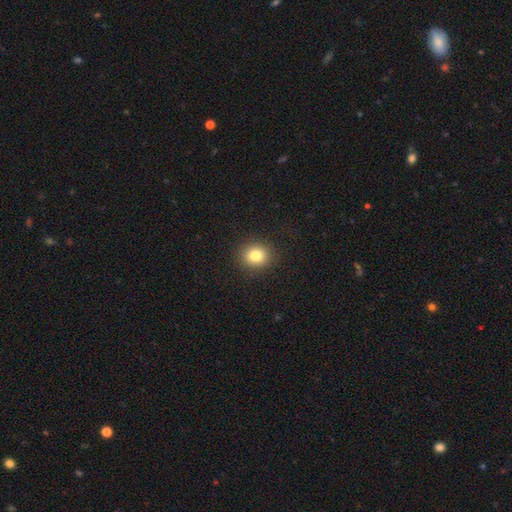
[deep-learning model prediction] A smooth galaxy with no disk features (81%) that is round (78%).

Vote fractions:
- Smooth or featured? smooth: 81% / star or artifact: 11% / featured or disk: 7%
- How rounded? round: 78% / in between: 22% / cigar-shaped: 1%
- Merging? none: 90% / minor disturbance: 6% / major disturbance: 2% / merger: 1%